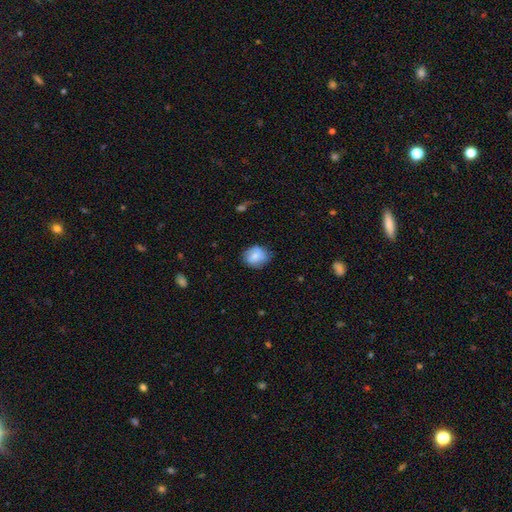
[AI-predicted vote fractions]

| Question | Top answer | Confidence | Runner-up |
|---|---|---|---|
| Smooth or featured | smooth | 71% | featured or disk (21%) |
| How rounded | round | 62% | in between (37%) |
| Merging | none | 68% | minor disturbance (25%) |